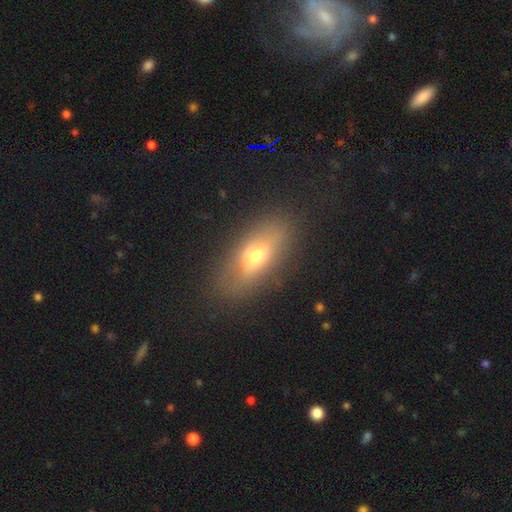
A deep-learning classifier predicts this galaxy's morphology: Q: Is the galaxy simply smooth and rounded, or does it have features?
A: smooth — 57%.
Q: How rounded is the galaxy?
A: in between — 76%.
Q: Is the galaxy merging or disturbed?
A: none — 77%.